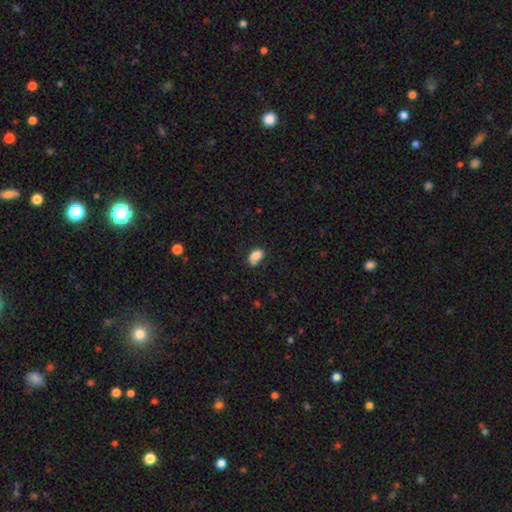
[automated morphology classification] Q: Smooth or featured?
A: smooth (83%); runner-up: star or artifact (9%)
Q: How rounded?
A: in between (87%); runner-up: round (11%)
Q: Merging?
A: none (58%); runner-up: minor disturbance (27%)